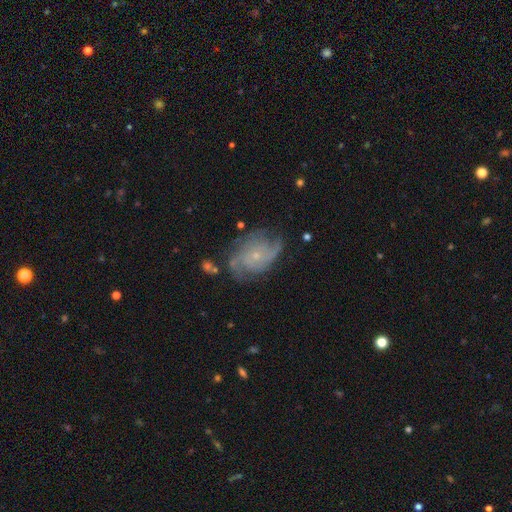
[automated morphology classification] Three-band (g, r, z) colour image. It shows a featured or disk galaxy (82%) with no bar (77%), 2 (33%) medium (42%) spiral arms (94%) and a small central bulge (80%). Merging: none (65%).